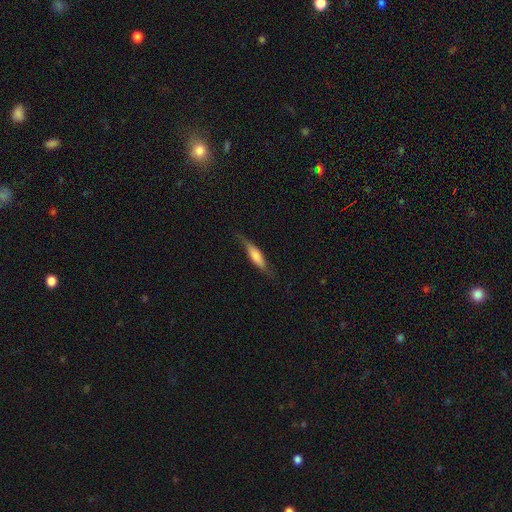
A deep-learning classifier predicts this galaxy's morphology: Smooth or featured: smooth — 53% (featured or disk — 41%)
How rounded: cigar-shaped — 64% (in between — 33%)
Merging: none — 66% (minor disturbance — 24%)